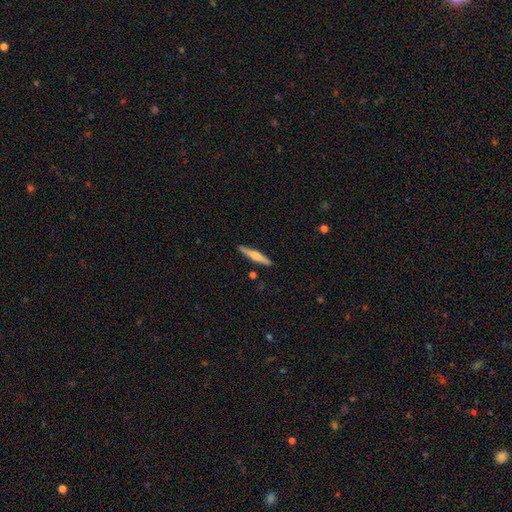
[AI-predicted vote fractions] Morphology: type=featured or disk (51%); edge-on=yes (97%); merging=none (89%).